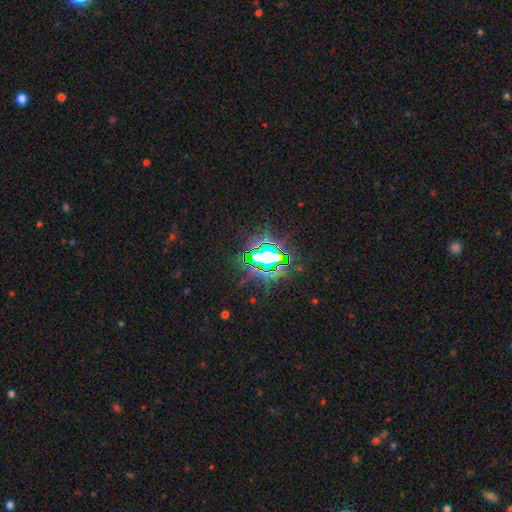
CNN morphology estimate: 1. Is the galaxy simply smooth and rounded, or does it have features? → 84% star or artifact, 10% smooth, 6% featured or disk.